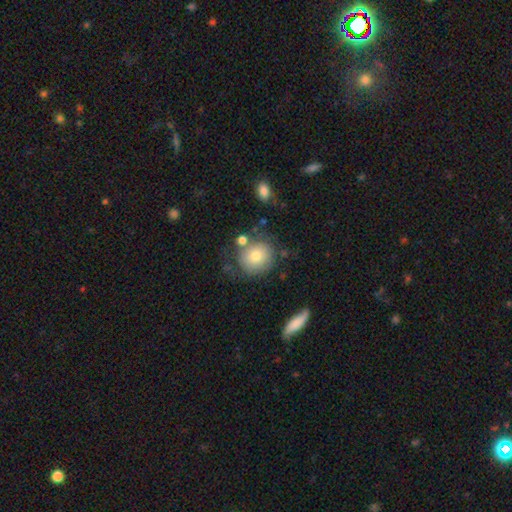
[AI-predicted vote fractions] A smooth galaxy with no disk features (76%) that is round (84%). Merging: none (65%).